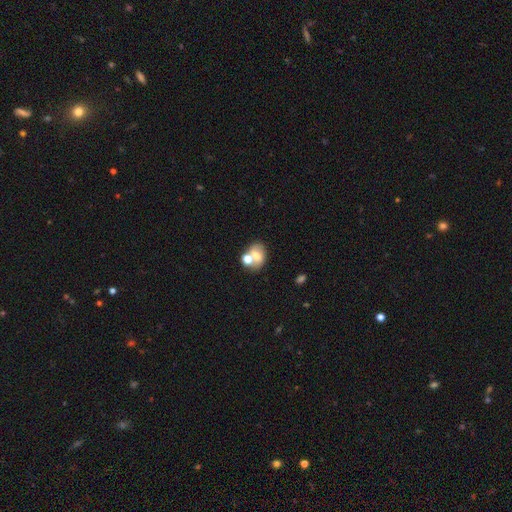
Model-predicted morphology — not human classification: Q: Smooth or featured?
A: smooth (62%); runner-up: featured or disk (27%)
Q: How rounded?
A: in between (57%); runner-up: round (42%)
Q: Merging?
A: none (46%); runner-up: merger (36%)